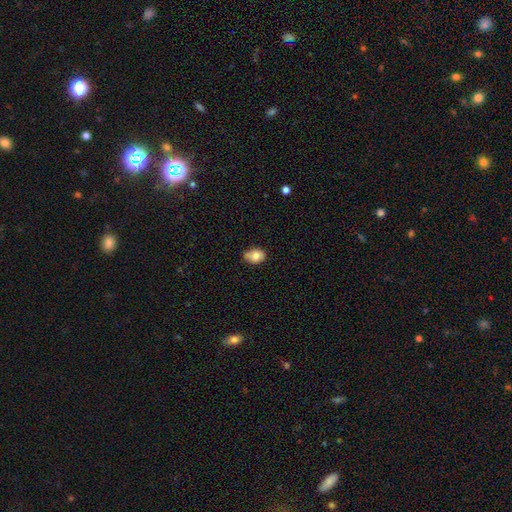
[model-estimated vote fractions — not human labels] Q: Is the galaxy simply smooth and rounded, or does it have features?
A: smooth — 80%.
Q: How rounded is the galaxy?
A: in between — 75%.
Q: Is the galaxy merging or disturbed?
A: none — 65%.